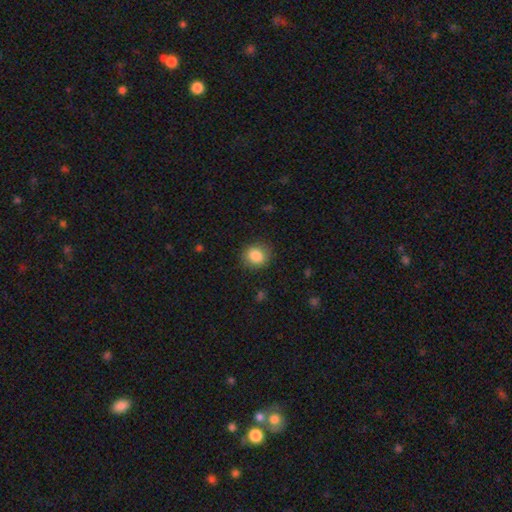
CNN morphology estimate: type=smooth (86%); roundness=round (79%); merging=none (85%).